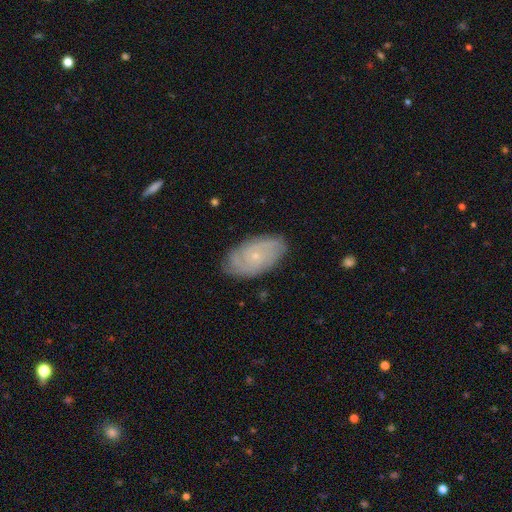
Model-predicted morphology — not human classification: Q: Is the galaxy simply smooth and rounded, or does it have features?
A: featured or disk — 70%.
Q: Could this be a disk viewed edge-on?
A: no — 95%.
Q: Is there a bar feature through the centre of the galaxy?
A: no — 80%.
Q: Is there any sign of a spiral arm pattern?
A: yes — 90%.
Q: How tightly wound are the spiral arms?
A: tight — 67%.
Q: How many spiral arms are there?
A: can't tell — 41%.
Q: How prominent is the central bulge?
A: small — 83%.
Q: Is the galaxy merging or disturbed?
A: none — 81%.